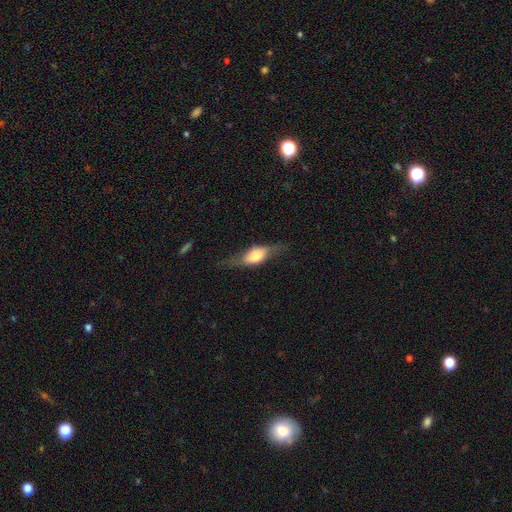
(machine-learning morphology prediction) A featured or disk galaxy (49%). Merging: none (62%).